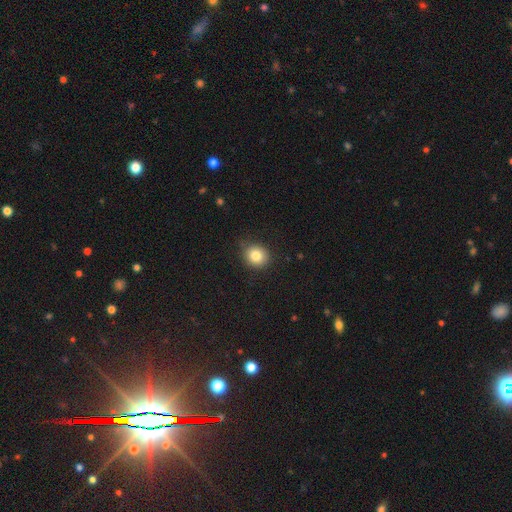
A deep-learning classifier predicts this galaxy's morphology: Smooth or featured: smooth — 82% (star or artifact — 10%)
How rounded: round — 80% (in between — 19%)
Merging: none — 83% (minor disturbance — 13%)